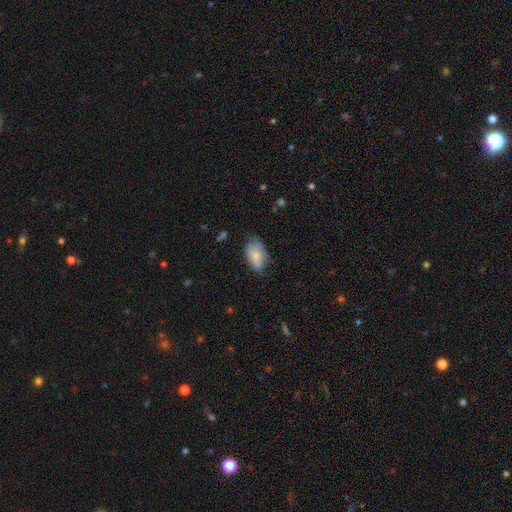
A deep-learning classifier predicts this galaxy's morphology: Smooth or featured?
  - smooth: 77% *
  - featured or disk: 16%
  - star or artifact: 7%
How rounded?
  - in between: 93% *
  - round: 5%
  - cigar-shaped: 2%
Merging?
  - none: 54% *
  - minor disturbance: 35%
  - major disturbance: 10%
  - merger: 2%